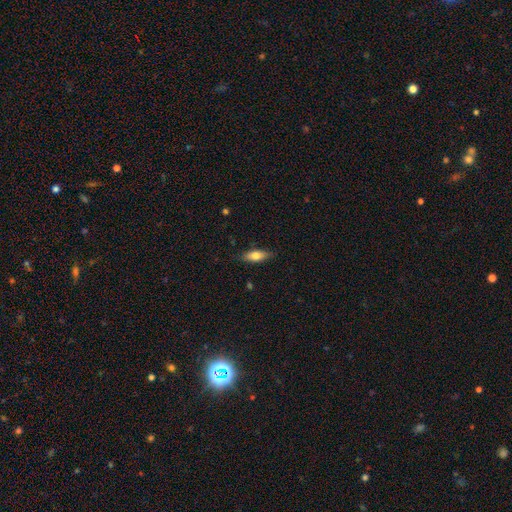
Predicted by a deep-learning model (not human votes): Morphology: type=smooth (70%); roundness=in between (67%); merging=none (83%).